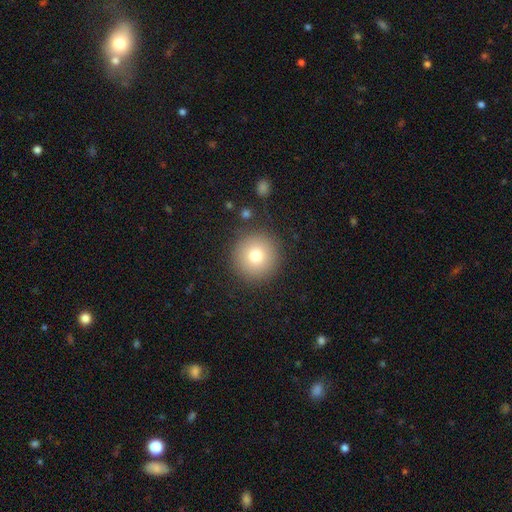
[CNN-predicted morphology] This is likely a smooth galaxy (77%). How rounded: clearly round (96%). Merging: clearly none (89%).